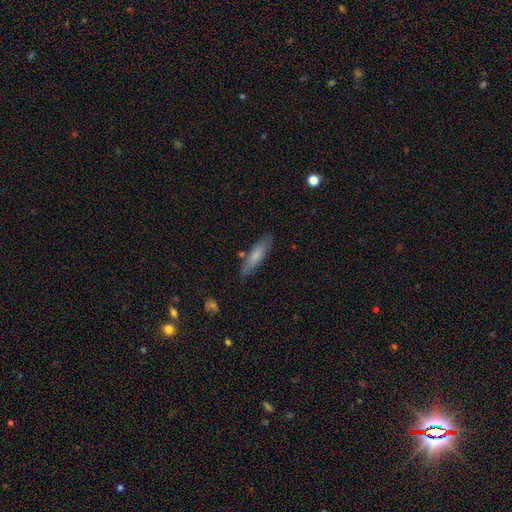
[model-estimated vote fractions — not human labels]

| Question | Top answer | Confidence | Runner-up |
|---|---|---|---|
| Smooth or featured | smooth | 71% | featured or disk (23%) |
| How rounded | cigar-shaped | 67% | in between (31%) |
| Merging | none | 79% | minor disturbance (15%) |